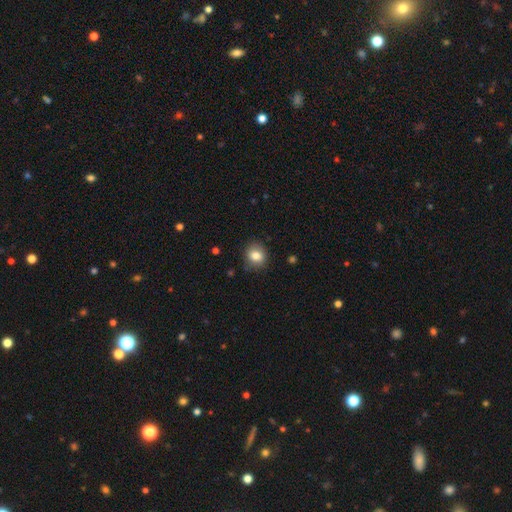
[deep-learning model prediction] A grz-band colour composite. It shows a smooth galaxy with no disk features (82%) that is round (71%). Merging: none (86%).